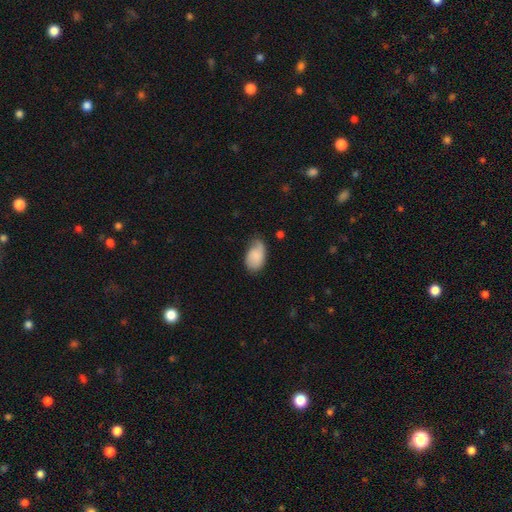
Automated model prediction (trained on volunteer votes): Smooth or featured? smooth (77%)
How rounded? in between (92%)
Merging? none (49%)